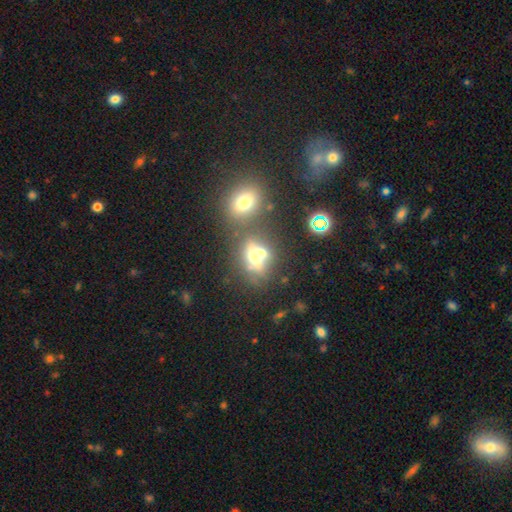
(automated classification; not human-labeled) This appears to be a smooth galaxy with no disk features (44%). Merging: none (40%).